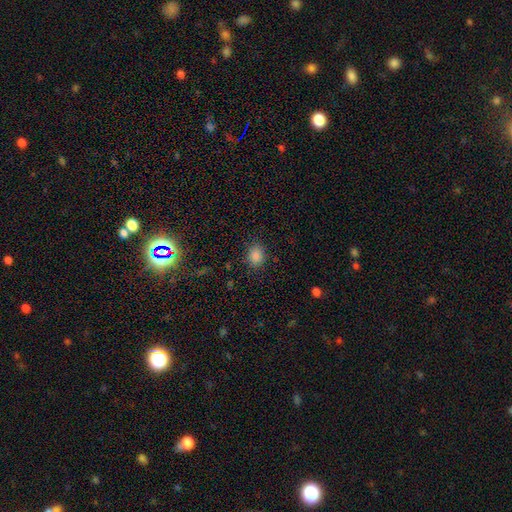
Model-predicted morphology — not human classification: smooth 84%, star or artifact 12%, featured or disk 4%. Down the decision tree: how rounded — in between (53%); merging — none (84%).